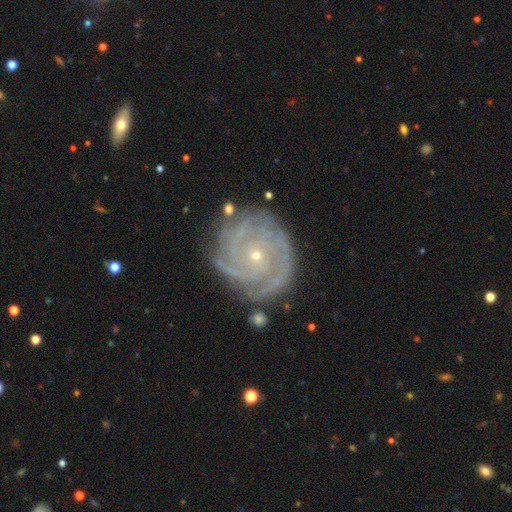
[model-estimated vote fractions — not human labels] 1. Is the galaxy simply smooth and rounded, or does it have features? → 88% featured or disk, 6% star or artifact, 6% smooth.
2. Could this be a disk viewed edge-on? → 97% no, 3% yes.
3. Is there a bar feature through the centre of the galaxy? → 78% no, 17% weak, 5% strong.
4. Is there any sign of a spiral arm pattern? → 97% yes, 3% no.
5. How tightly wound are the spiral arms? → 78% tight, 19% medium, 3% loose.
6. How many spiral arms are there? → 29% 4, 25% 3, 18% can't tell, 11% 2, 10% more than 4, 7% 1.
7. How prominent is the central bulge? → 84% small, 13% moderate, 1% none, 1% large, 1% dominant.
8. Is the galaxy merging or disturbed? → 74% none, 18% minor disturbance, 6% major disturbance, 3% merger.